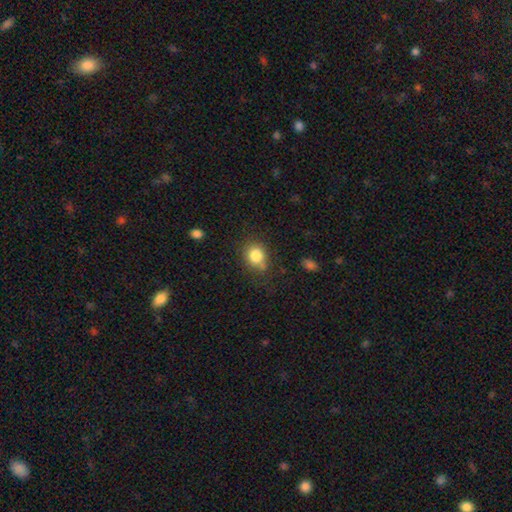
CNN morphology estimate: smooth 82%, star or artifact 10%, featured or disk 7%. Down the decision tree: how rounded — round (70%); merging — none (69%).